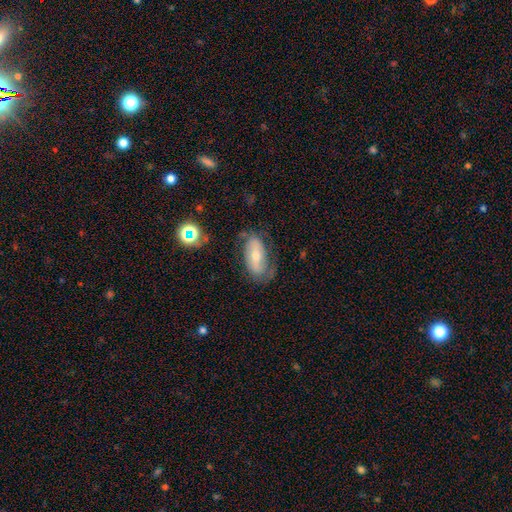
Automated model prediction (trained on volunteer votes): This is possibly a featured or disk galaxy (51%). It is clearly not viewed edge-on (87%). Merging: possibly none (60%).